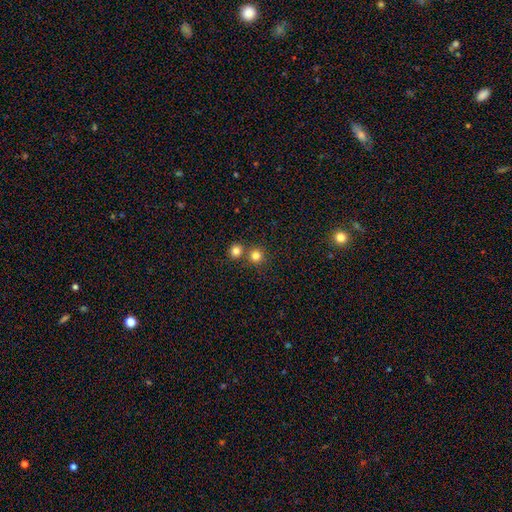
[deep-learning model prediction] Morphology: type=smooth (80%); roundness=round (93%); merging=none (67%).